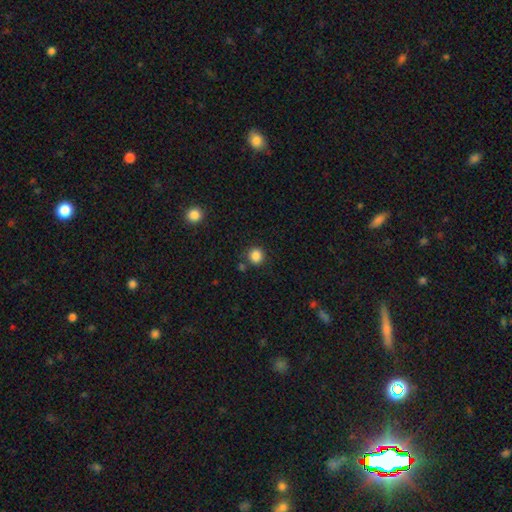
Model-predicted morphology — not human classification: Smooth or featured? Predicted: smooth (p=0.86). How rounded? Predicted: round (p=0.89). Merging? Predicted: none (p=0.82).